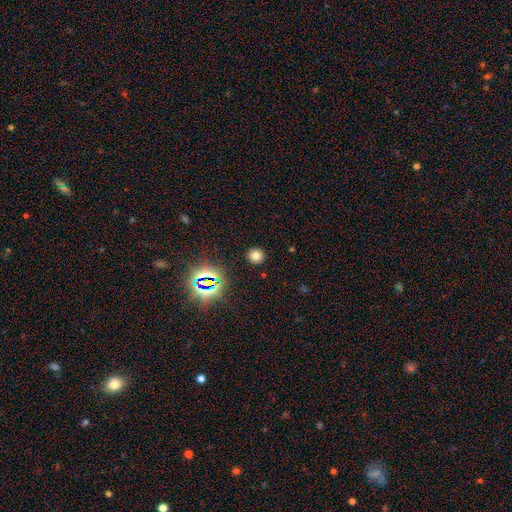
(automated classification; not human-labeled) Smooth or featured?
  - smooth: 73% *
  - star or artifact: 21%
  - featured or disk: 6%
How rounded?
  - round: 91% *
  - in between: 8%
  - cigar-shaped: 1%
Merging?
  - none: 91% *
  - minor disturbance: 6%
  - major disturbance: 2%
  - merger: 1%